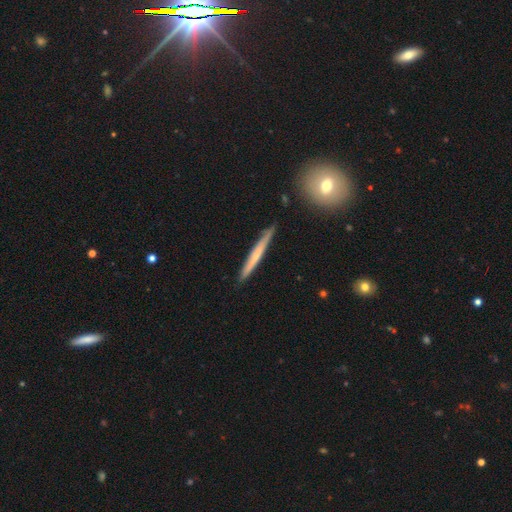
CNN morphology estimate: A featured or disk galaxy (49%). Merging: none (88%).